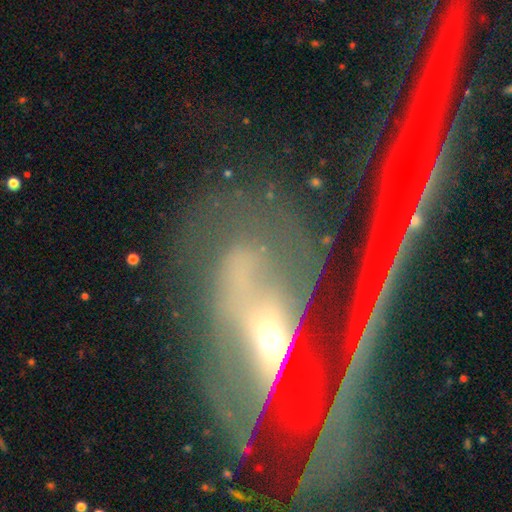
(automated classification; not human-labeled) Overall: featured or disk (70%). Edge-on disk: no (79%). Bar: no (49%; weak 27%). Spiral arms: yes (64%; no 36%). Bulge size: moderate (57%; small 32%). Merging: none (46%; major disturbance 28%).